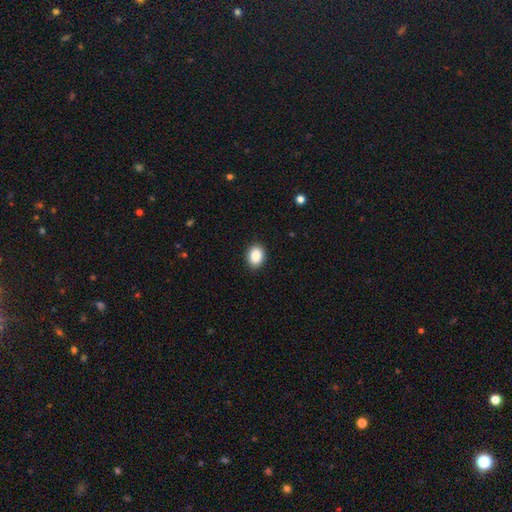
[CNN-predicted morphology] smooth 89%, star or artifact 8%, featured or disk 3%. Down the decision tree: how rounded — in between (64%); merging — none (90%).